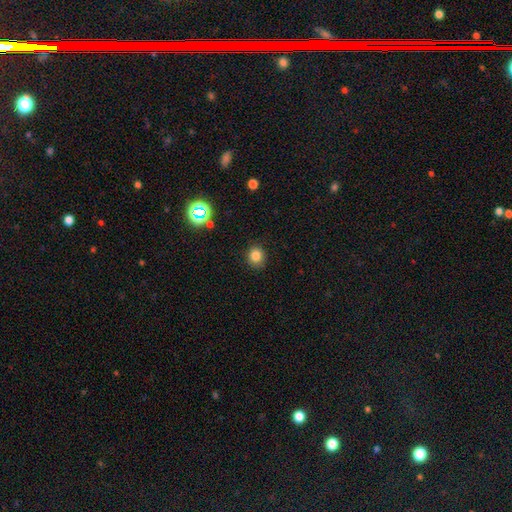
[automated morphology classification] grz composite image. It shows a smooth galaxy with no disk features (82%) that is round (79%). Merging: none (87%).